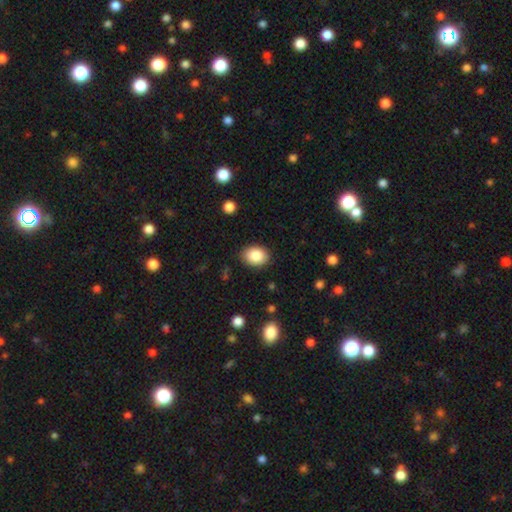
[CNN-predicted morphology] Smooth or featured: smooth — 86% (star or artifact — 8%)
How rounded: in between — 64% (round — 35%)
Merging: none — 87% (minor disturbance — 10%)